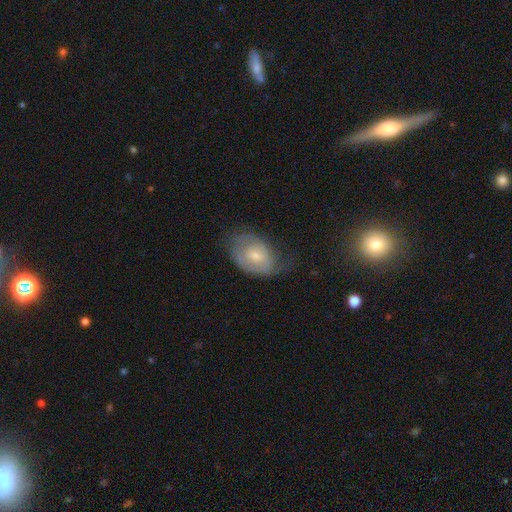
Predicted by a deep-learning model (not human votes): This is possibly a featured or disk galaxy (49%). Merging: possibly none (45%).